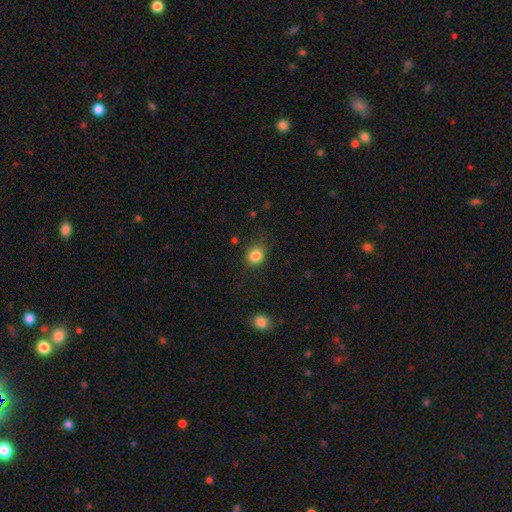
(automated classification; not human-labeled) smooth 84%, star or artifact 11%, featured or disk 5%. Down the decision tree: how rounded — round (78%); merging — none (79%).